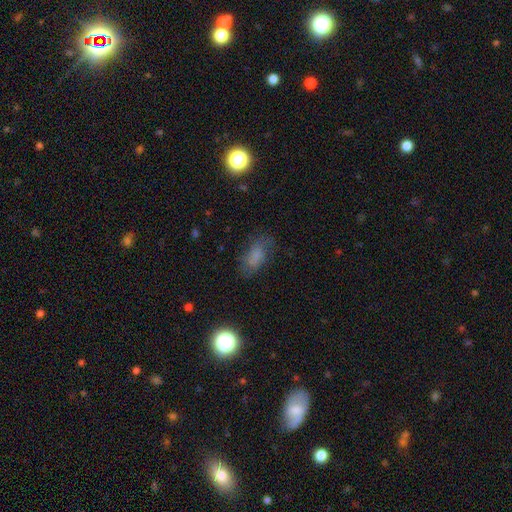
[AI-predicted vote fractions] smooth 63%, featured or disk 21%, star or artifact 15%. Down the decision tree: how rounded — in between (86%); merging — none (65%).